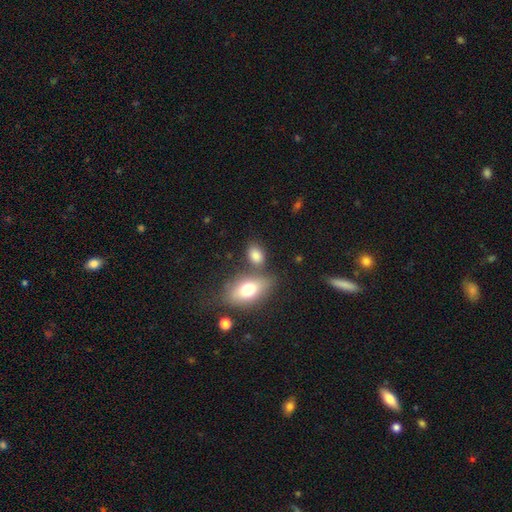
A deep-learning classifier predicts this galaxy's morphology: A smooth galaxy with no disk features (82%) that is in between round and cigar-shaped (83%).

Vote fractions:
- Smooth or featured? smooth: 82% / featured or disk: 10% / star or artifact: 9%
- How rounded? in between: 83% / round: 14% / cigar-shaped: 3%
- Merging? none: 63% / merger: 19% / minor disturbance: 13% / major disturbance: 5%